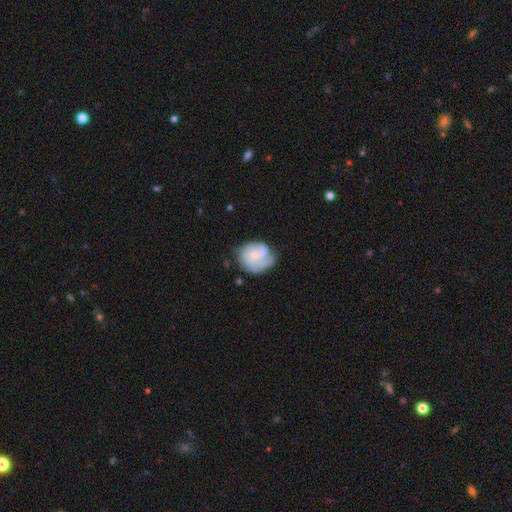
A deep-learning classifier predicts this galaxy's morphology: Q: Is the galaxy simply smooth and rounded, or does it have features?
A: featured or disk — 64%.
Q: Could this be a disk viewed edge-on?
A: no — 98%.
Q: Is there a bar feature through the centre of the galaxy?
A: no — 68%.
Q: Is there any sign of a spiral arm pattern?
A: yes — 85%.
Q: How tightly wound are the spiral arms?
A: tight — 44%.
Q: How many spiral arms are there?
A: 2 — 33%.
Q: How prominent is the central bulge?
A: small — 57%.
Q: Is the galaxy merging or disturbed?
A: none — 56%.